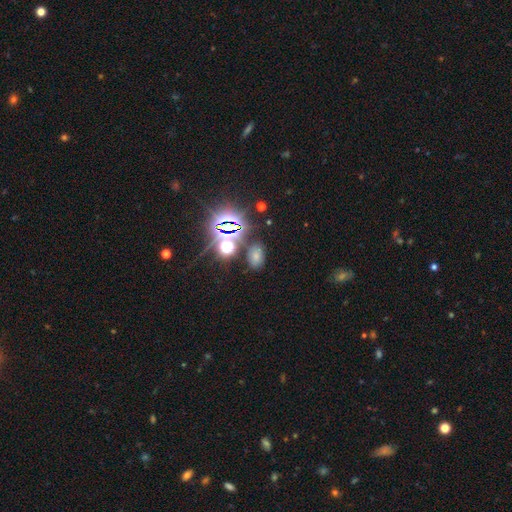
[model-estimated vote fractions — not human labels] Q: Smooth or featured?
A: smooth (50%); runner-up: star or artifact (40%)
Q: Merging?
A: none (79%); runner-up: minor disturbance (12%)